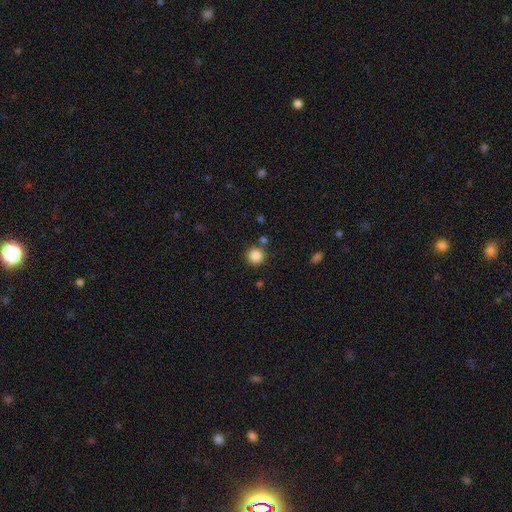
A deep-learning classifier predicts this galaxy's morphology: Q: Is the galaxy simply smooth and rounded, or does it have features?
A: smooth — 87%.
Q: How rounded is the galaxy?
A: round — 94%.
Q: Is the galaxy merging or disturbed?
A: none — 84%.